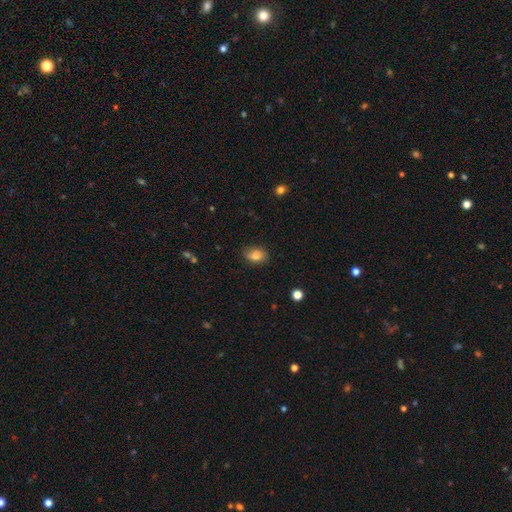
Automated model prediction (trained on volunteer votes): A smooth galaxy with no disk features (81%) that is in between round and cigar-shaped (78%). Merging: none (76%).